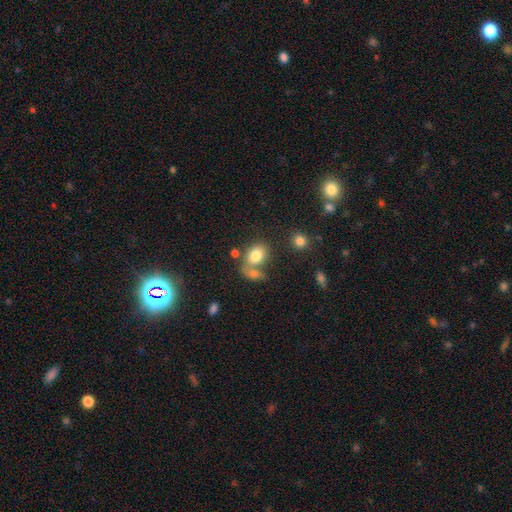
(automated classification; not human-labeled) smooth_or_featured: smooth (p=0.79) [alt: featured or disk p=0.11]
how_rounded: in between (p=0.65) [alt: round p=0.33]
merging: none (p=0.40) [tied with: merger p=0.40]